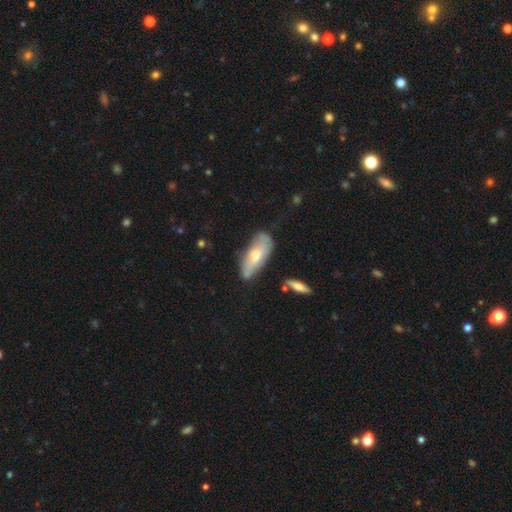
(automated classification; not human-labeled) Smooth or featured? Predicted: smooth (p=0.57). How rounded? Predicted: in between (p=0.78). Merging? Predicted: none (p=0.59).